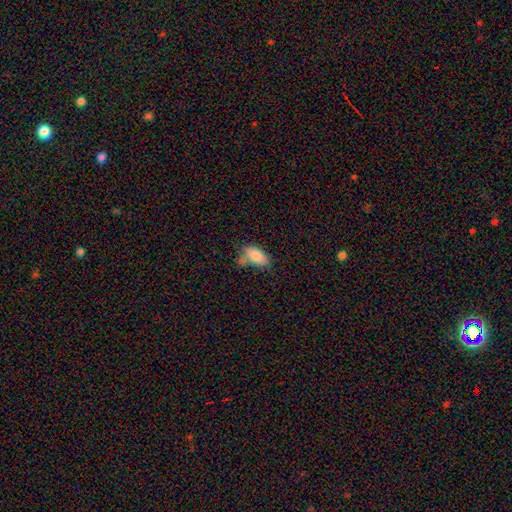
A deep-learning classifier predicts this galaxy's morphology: type=smooth (81%); roundness=in between (91%); merging=none (48%).